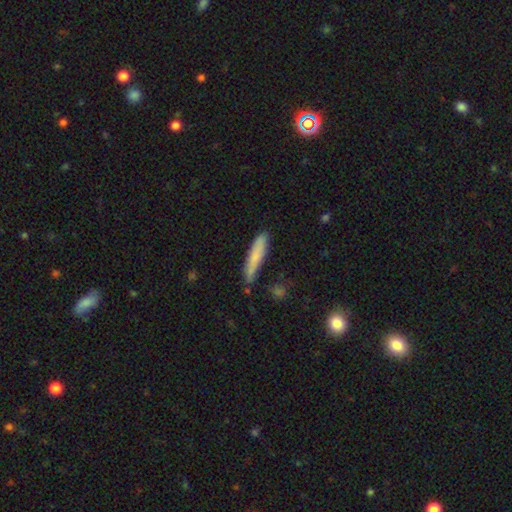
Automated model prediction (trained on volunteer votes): Q: Smooth or featured?
A: smooth (78%); runner-up: featured or disk (15%)
Q: How rounded?
A: cigar-shaped (87%); runner-up: in between (11%)
Q: Merging?
A: none (70%); runner-up: minor disturbance (22%)